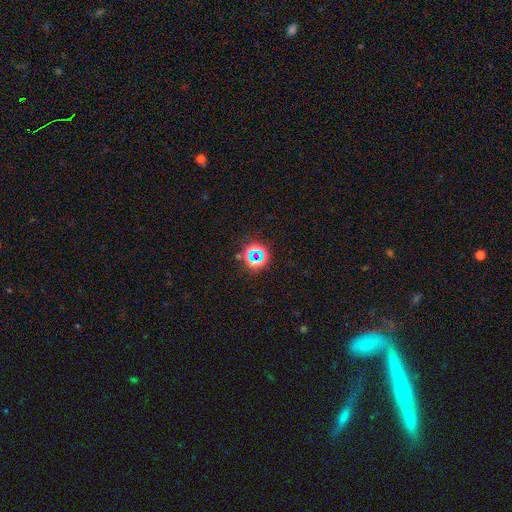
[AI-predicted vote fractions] Morphology: type=star or artifact (65%).